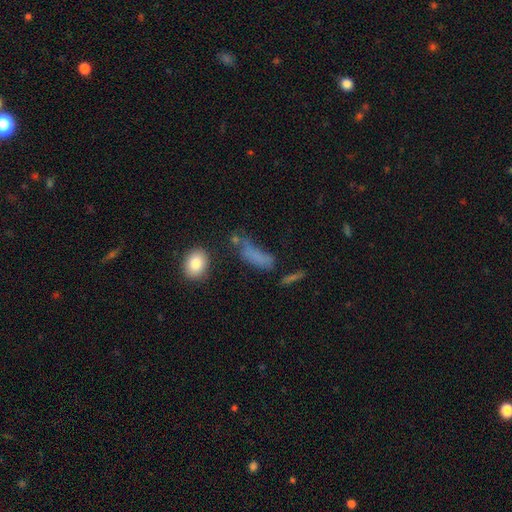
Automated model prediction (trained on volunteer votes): smooth_or_featured: smooth (p=0.67) [alt: featured or disk p=0.17]
how_rounded: in between (p=0.58) [alt: cigar-shaped p=0.35]
merging: none (p=0.37) [alt: major disturbance p=0.27]